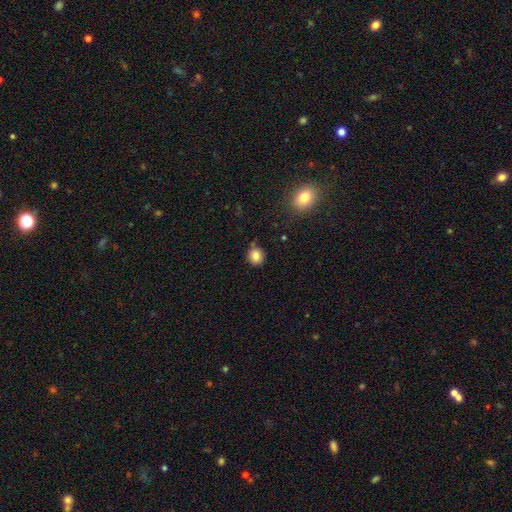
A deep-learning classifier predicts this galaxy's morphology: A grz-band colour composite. It shows a smooth galaxy with no disk features (83%) that is round (83%). Merging: none (80%).